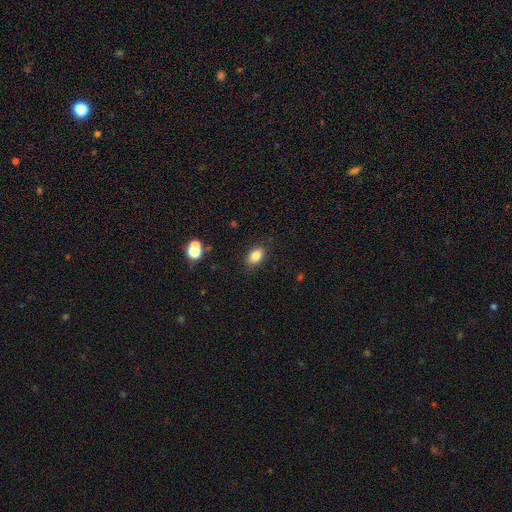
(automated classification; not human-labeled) smooth_or_featured: smooth (p=0.83) [alt: star or artifact p=0.10]
how_rounded: in between (p=0.87) [alt: round p=0.11]
merging: none (p=0.85) [alt: minor disturbance p=0.10]